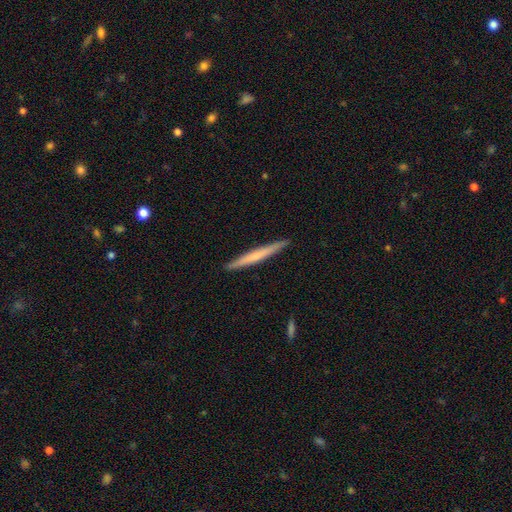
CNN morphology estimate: smooth 54%, featured or disk 41%, star or artifact 5%. Down the decision tree: how rounded — cigar-shaped (97%); merging — none (92%).